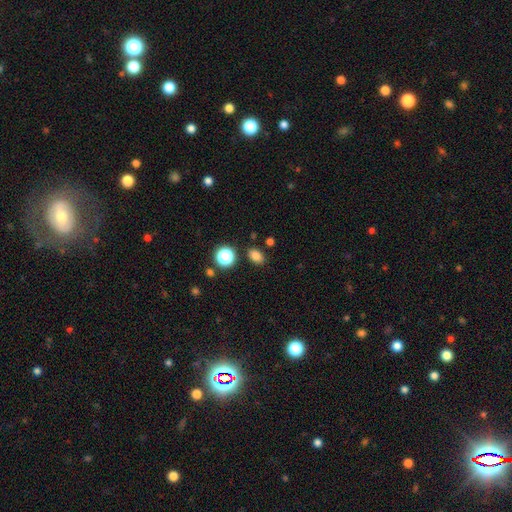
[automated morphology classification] A smooth galaxy with no disk features (81%) that is in between round and cigar-shaped (75%).

Vote fractions:
- Smooth or featured? smooth: 81% / star or artifact: 15% / featured or disk: 4%
- How rounded? in between: 75% / round: 23% / cigar-shaped: 1%
- Merging? none: 84% / minor disturbance: 9% / merger: 3% / major disturbance: 3%